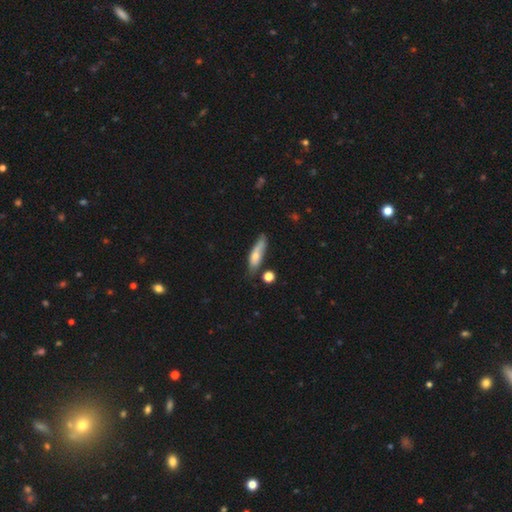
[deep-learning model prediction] The model was most divided on "how rounded": cigar-shaped: 61%, in between: 36%, round: 3%. More confident: smooth or featured — smooth (66%); merging — none (54%).